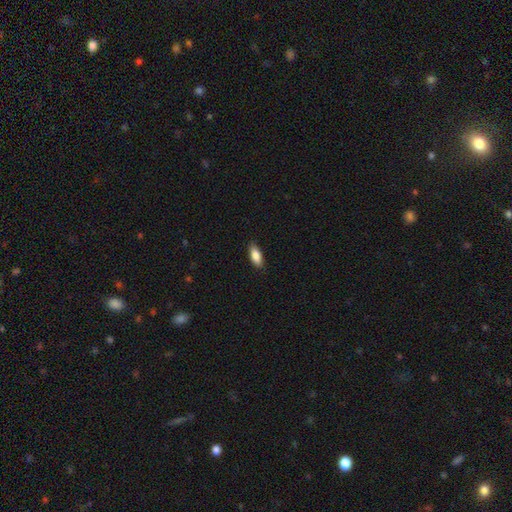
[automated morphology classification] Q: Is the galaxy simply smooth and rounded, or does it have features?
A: smooth — 85%.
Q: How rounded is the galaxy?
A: in between — 82%.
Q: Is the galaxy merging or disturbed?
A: none — 87%.